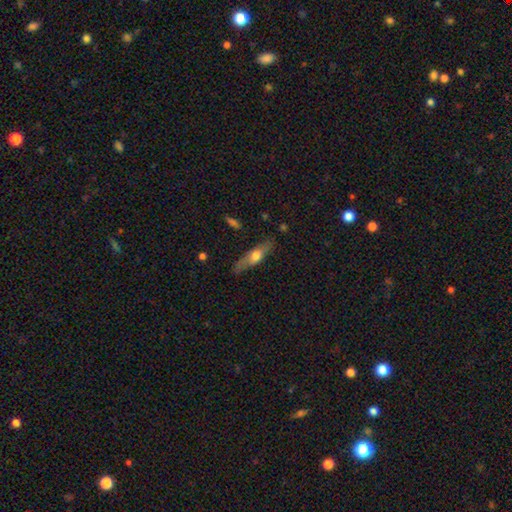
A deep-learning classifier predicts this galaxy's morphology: smooth-or-featured: smooth: 50% | featured or disk: 43% | star or artifact: 6%
  how-rounded: cigar-shaped: 67% | in between: 30% | round: 3%
  merging: none: 75% | minor disturbance: 19% | major disturbance: 4% | merger: 2%